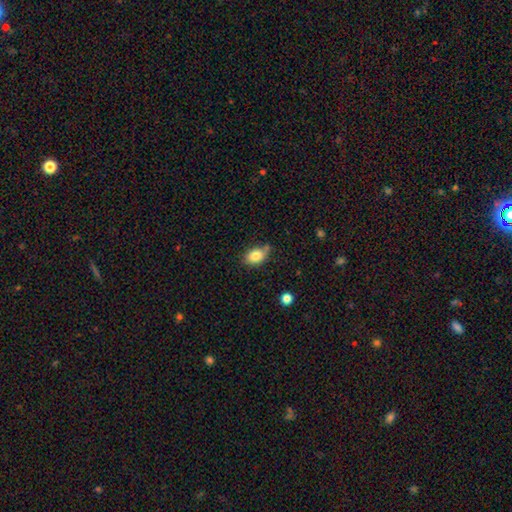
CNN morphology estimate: type=smooth (83%); roundness=in between (81%); merging=none (66%).